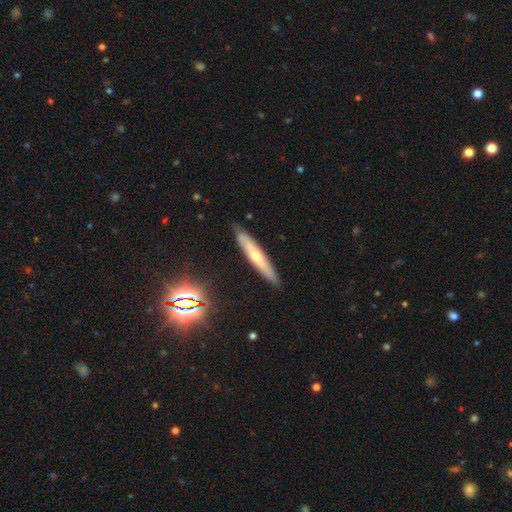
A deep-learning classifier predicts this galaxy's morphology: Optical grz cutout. It shows a featured or disk galaxy (49%). Merging: none (86%).